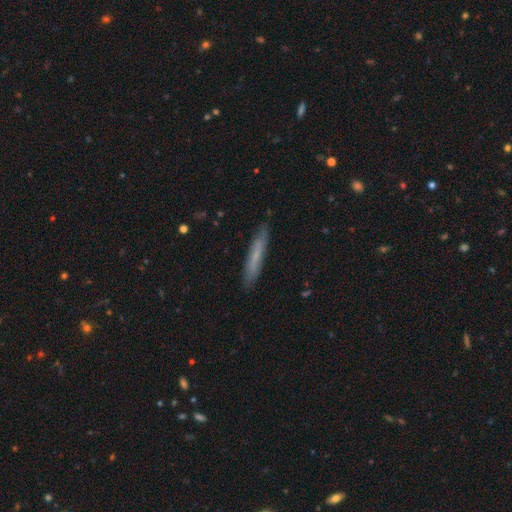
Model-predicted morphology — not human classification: The model was most divided on "smooth or featured": smooth: 60%, featured or disk: 33%, star or artifact: 7%. More confident: how rounded — cigar-shaped (94%); merging — none (86%).